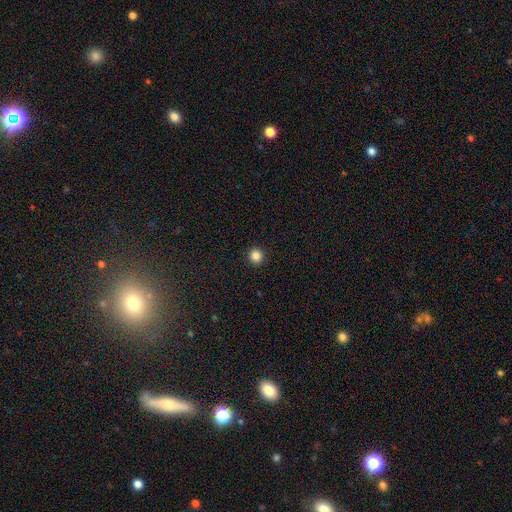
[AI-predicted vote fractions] Morphology: type=smooth (84%); roundness=round (95%); merging=none (94%).